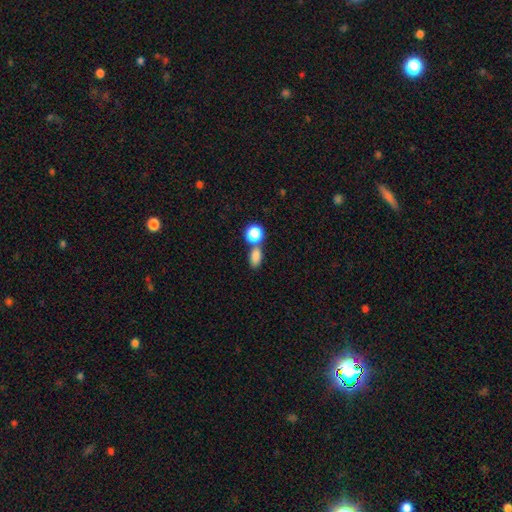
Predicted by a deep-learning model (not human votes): Smooth or featured? Predicted: smooth (p=0.83). How rounded? Predicted: in between (p=0.77). Merging? Predicted: none (p=0.45).